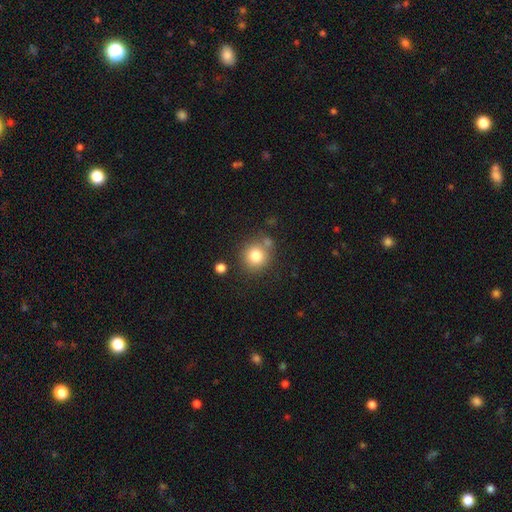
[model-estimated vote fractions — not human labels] smooth 80%, star or artifact 11%, featured or disk 9%. Down the decision tree: how rounded — round (91%); merging — none (73%).